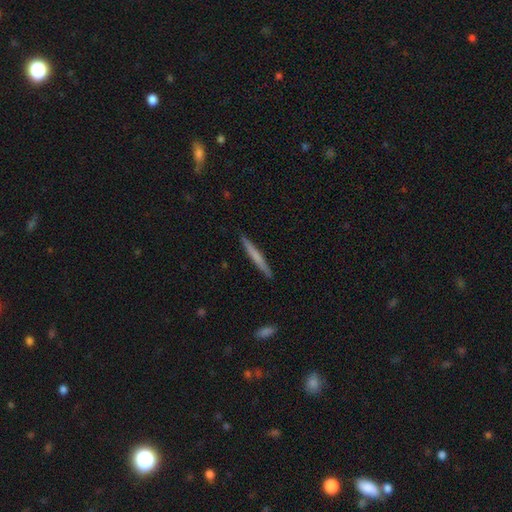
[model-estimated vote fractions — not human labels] Smooth or featured?
  - smooth: 57% *
  - featured or disk: 37%
  - star or artifact: 5%
How rounded?
  - cigar-shaped: 97% *
  - in between: 2%
  - round: 1%
Merging?
  - none: 91% *
  - minor disturbance: 6%
  - major disturbance: 1%
  - merger: 1%